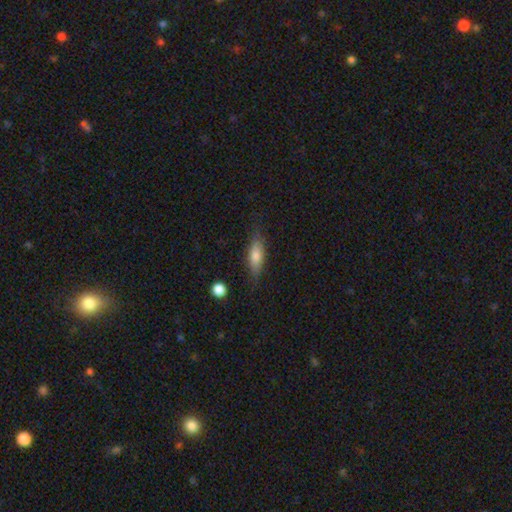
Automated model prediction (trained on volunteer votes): Q: Smooth or featured?
A: smooth (70%); runner-up: featured or disk (23%)
Q: How rounded?
A: in between (53%); runner-up: cigar-shaped (44%)
Q: Merging?
A: none (74%); runner-up: minor disturbance (19%)